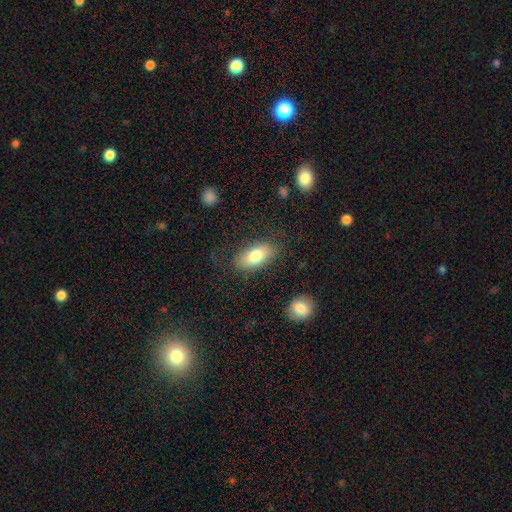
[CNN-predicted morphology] Smooth or featured?
  - smooth: 77% *
  - featured or disk: 16%
  - star or artifact: 7%
How rounded?
  - in between: 90% *
  - cigar-shaped: 6%
  - round: 4%
Merging?
  - none: 82% *
  - minor disturbance: 12%
  - major disturbance: 4%
  - merger: 2%